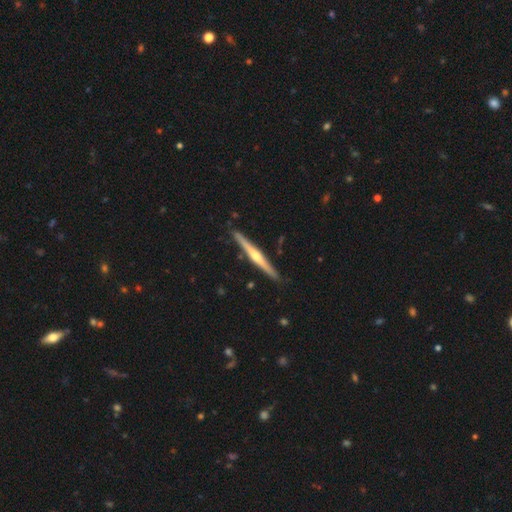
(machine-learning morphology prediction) smooth-or-featured: featured or disk: 75% | smooth: 20% | star or artifact: 5%
  disk-edge-on: yes: 98% | no: 2%
    edge-on-bulge: rounded: 84% | none: 11% | boxy: 4%
  merging: none: 90% | minor disturbance: 7% | merger: 1% | major disturbance: 1%